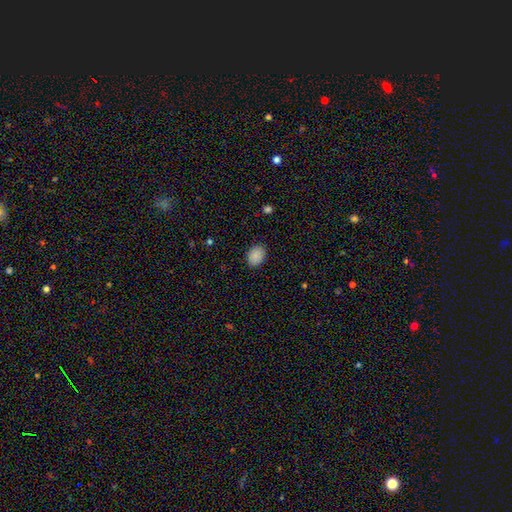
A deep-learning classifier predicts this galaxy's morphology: Smooth or featured? smooth (89%)
How rounded? in between (65%)
Merging? none (88%)